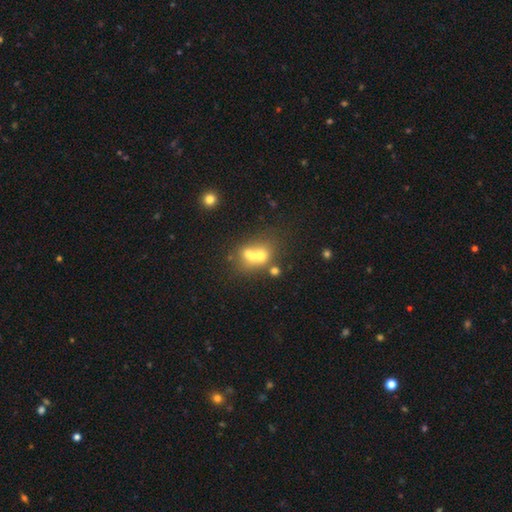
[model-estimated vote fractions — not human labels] Morphology: type=smooth (56%); roundness=round (65%); merging=merger (60%).